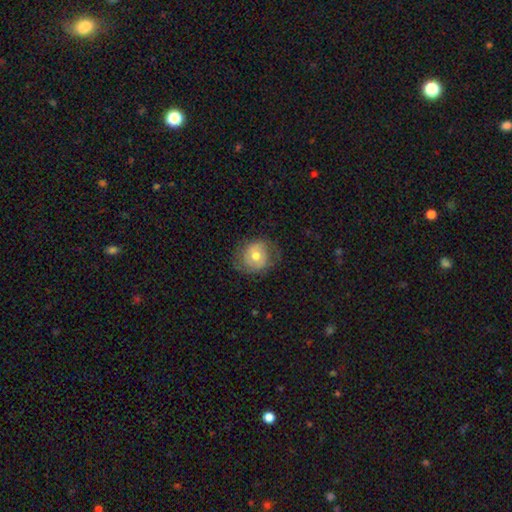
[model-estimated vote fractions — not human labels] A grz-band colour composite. It shows a smooth galaxy with no disk features (50%) that is round (75%). Merging: none (67%).